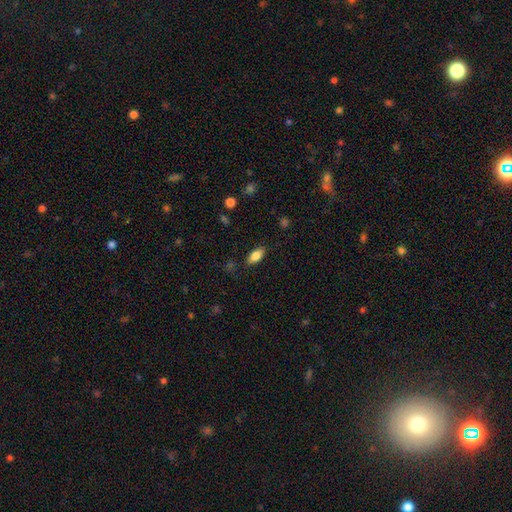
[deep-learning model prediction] Smooth or featured? Predicted: smooth (p=0.80). How rounded? Predicted: in between (p=0.87). Merging? Predicted: none (p=0.85).